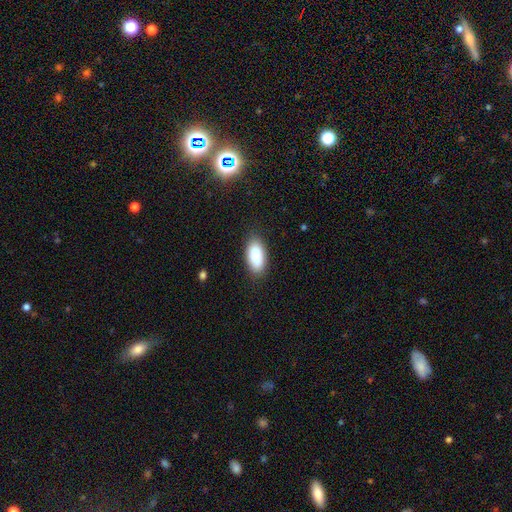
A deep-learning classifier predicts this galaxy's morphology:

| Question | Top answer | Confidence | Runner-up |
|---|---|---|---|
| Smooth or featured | smooth | 87% | star or artifact (7%) |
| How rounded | in between | 93% | cigar-shaped (4%) |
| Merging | none | 83% | minor disturbance (13%) |